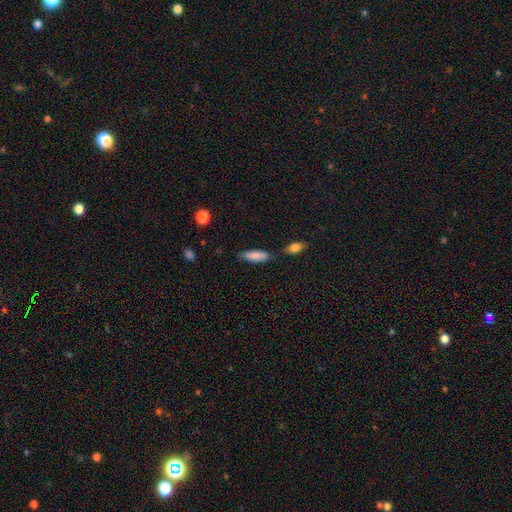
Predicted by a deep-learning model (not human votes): smooth 84%, featured or disk 10%, star or artifact 6%. Down the decision tree: how rounded — in between (52%); merging — none (69%).